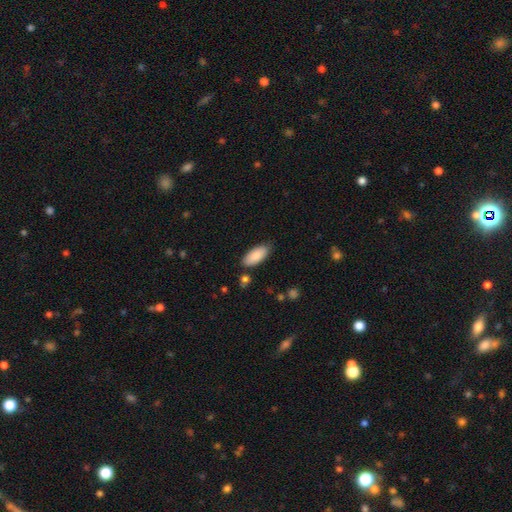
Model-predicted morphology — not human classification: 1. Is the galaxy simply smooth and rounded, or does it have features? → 86% smooth, 8% featured or disk, 6% star or artifact.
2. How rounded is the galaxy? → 88% in between, 10% cigar-shaped, 2% round.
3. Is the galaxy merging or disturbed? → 81% none, 14% minor disturbance, 3% merger, 3% major disturbance.